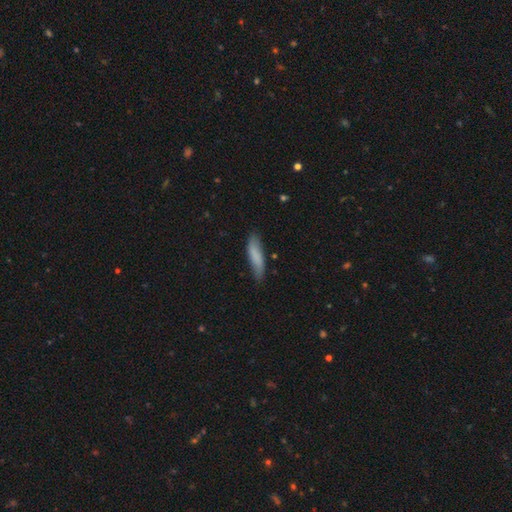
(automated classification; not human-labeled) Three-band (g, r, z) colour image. It shows a smooth galaxy with no disk features (76%) that is cigar-shaped (67%). Merging: none (71%).